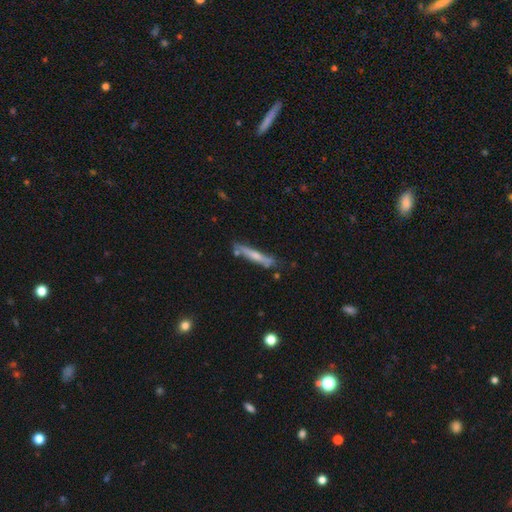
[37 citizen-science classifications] smooth_or_featured: featured or disk (p=0.54) [alt: smooth p=0.41]
disk_edge_on: yes (p=0.85) [alt: no p=0.15]
edge_on_bulge: rounded (p=0.76) [alt: none p=0.24]
merging: none (p=0.63) [alt: minor disturbance p=0.23]